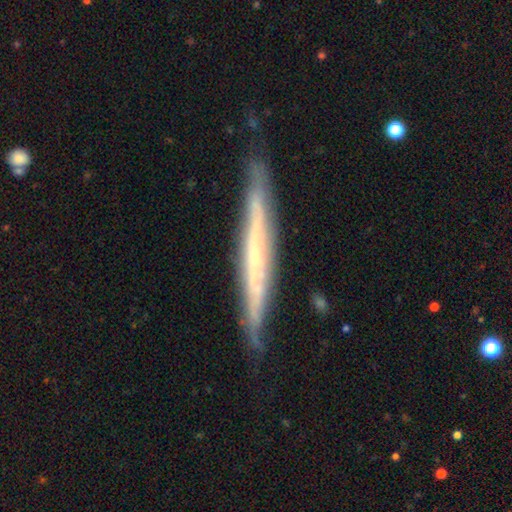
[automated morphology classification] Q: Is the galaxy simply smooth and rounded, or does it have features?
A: featured or disk — 70%.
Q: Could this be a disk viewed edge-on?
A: yes — 90%.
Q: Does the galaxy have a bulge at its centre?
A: none — 68%.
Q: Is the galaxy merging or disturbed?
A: none — 81%.